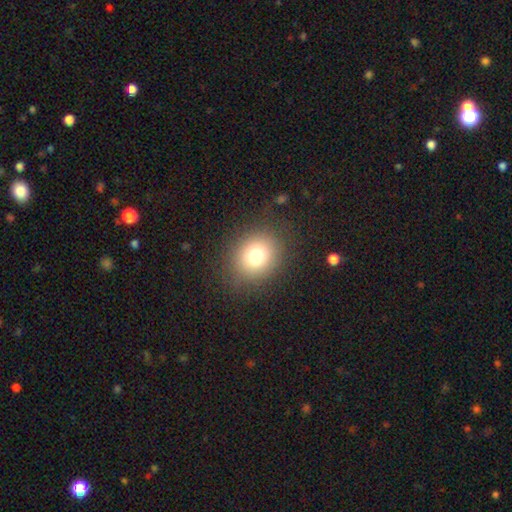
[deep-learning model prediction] The model was most divided on "how rounded": round: 73%, in between: 26%, cigar-shaped: 1%. More confident: merging — none (84%); smooth or featured — smooth (75%).